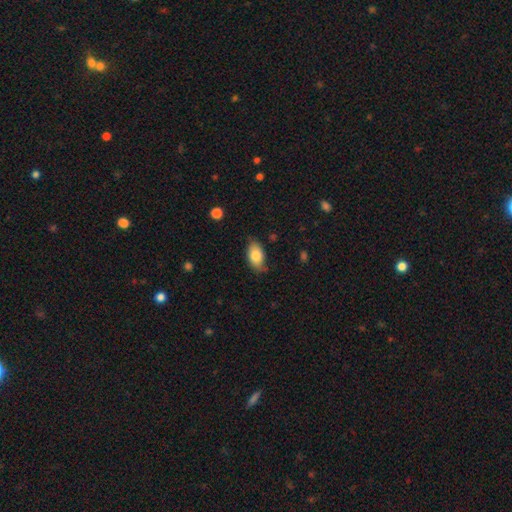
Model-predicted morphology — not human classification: The model was most divided on "merging": none: 74%, minor disturbance: 21%, major disturbance: 4%, merger: 1%. More confident: how rounded — in between (92%); smooth or featured — smooth (81%).